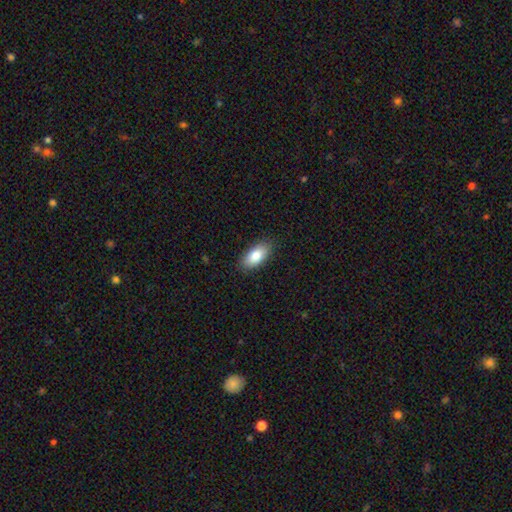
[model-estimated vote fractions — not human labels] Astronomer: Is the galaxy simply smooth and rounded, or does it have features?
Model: smooth — 84%.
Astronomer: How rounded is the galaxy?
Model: in between — 91%.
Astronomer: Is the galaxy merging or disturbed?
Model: none — 87%.